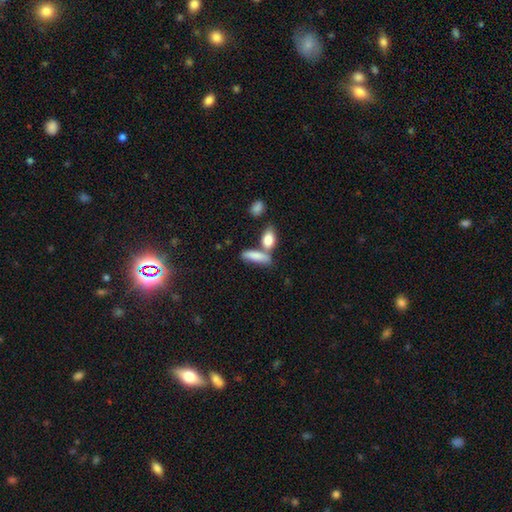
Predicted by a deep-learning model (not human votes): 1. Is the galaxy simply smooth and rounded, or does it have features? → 81% smooth, 12% featured or disk, 7% star or artifact.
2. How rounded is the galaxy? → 58% in between, 38% cigar-shaped, 4% round.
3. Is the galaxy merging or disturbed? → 44% none, 37% merger, 13% minor disturbance, 6% major disturbance.